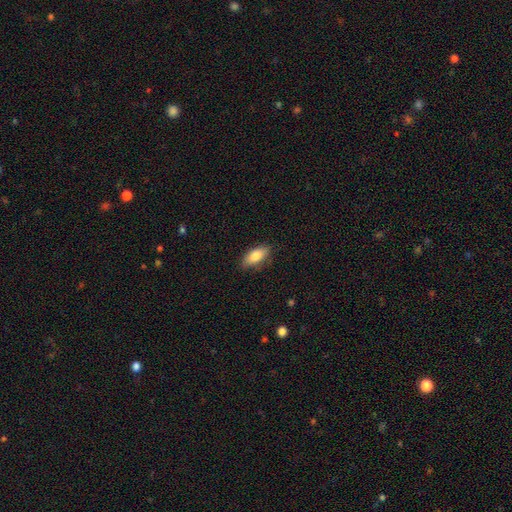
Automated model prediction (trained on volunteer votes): smooth_or_featured: smooth (p=0.83) [alt: featured or disk p=0.10]
how_rounded: in between (p=0.84) [alt: cigar-shaped p=0.13]
merging: none (p=0.82) [alt: minor disturbance p=0.14]